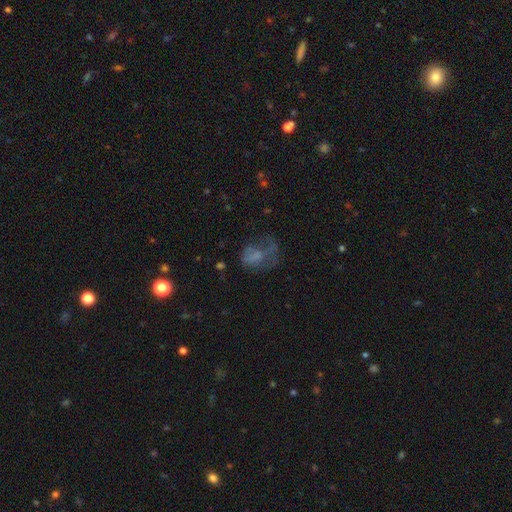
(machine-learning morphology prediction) Q: Smooth or featured?
A: smooth (42%); runner-up: featured or disk (39%)
Q: Merging?
A: major disturbance (49%); runner-up: none (29%)